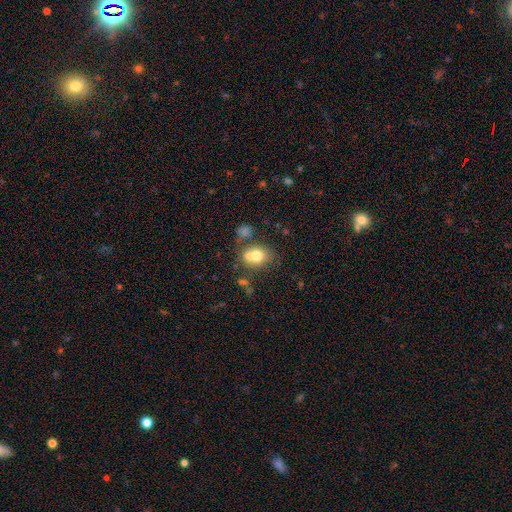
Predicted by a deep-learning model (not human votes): smooth 72%, featured or disk 17%, star or artifact 11%. Down the decision tree: how rounded — round (56%); merging — none (42%).